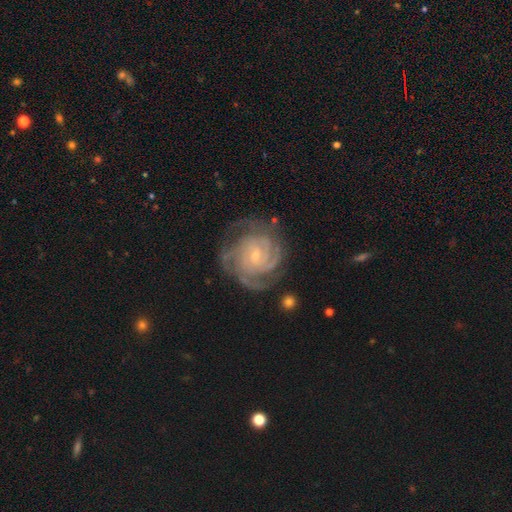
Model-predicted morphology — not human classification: Smooth or featured? featured or disk (91%)
Edge-on disk? no (98%)
Bar? no (65%)
Spiral arms? yes (98%)
Spiral winding? tight (77%)
Spiral arm count? 4 (32%)
Bulge size? small (77%)
Merging? none (74%)